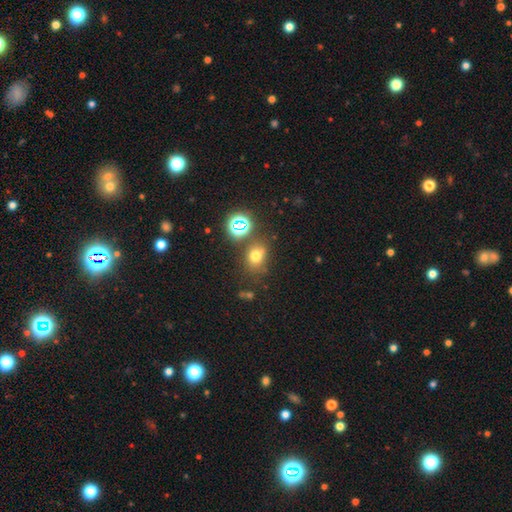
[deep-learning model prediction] Smooth or featured? smooth (67%)
How rounded? round (55%)
Merging? none (63%)